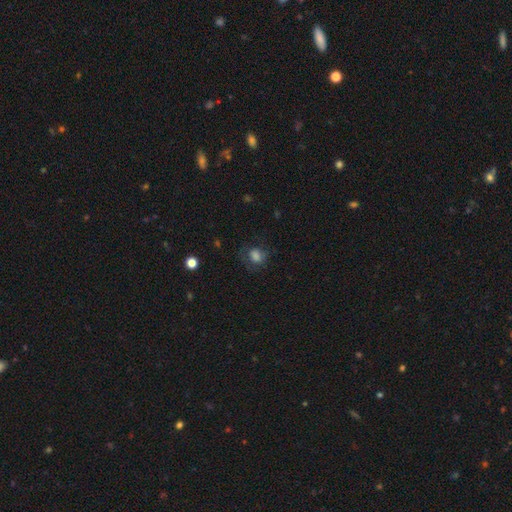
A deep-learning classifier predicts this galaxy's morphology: This is likely a smooth galaxy (69%). How rounded: possibly round (53%). Merging: possibly none (56%).